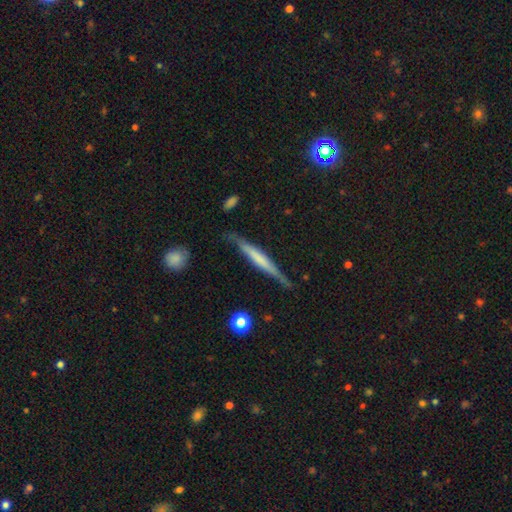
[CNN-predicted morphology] Smooth or featured? featured or disk (59%)
Edge-on disk? yes (95%)
Edge-on bulge? none (46%)
Merging? none (80%)